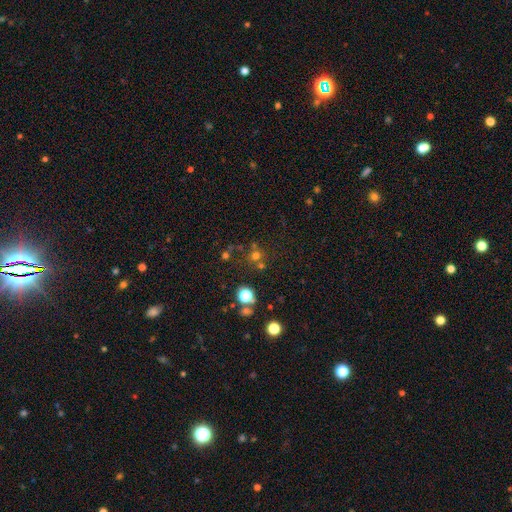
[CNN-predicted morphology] A smooth galaxy with no disk features (59%) that is round (90%). Merging: none (64%).